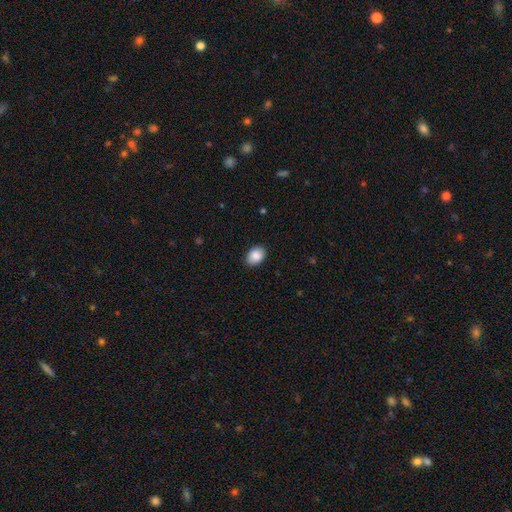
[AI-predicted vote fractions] A smooth galaxy with no disk features (88%) that is in between round and cigar-shaped (79%). Merging: none (87%).